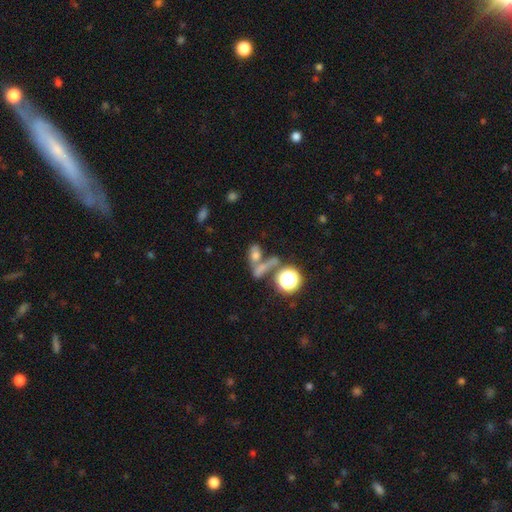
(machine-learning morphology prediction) A smooth galaxy with no disk features (57%) that is in between round and cigar-shaped (54%). Merging: merger (47%).